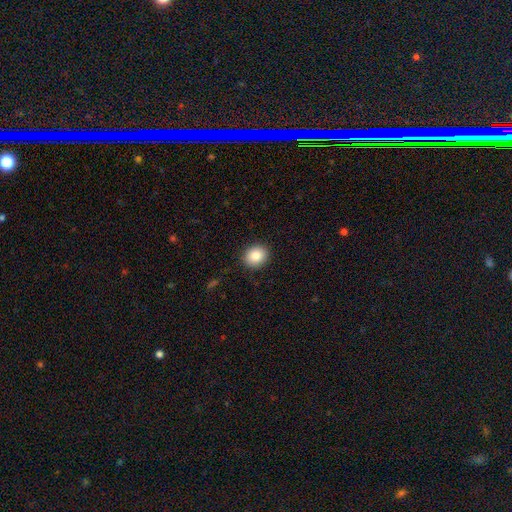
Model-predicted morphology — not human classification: Overall: smooth (84%). How rounded: round (71%). Merging: none (91%).